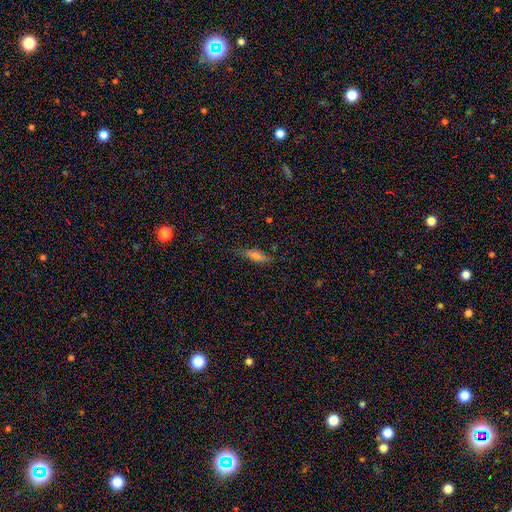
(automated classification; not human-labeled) Morphology: type=smooth (55%); roundness=cigar-shaped (65%); merging=none (76%).